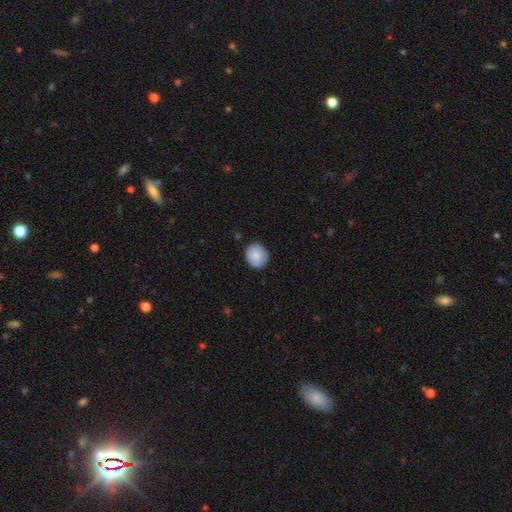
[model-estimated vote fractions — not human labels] The model was most divided on "how rounded": round: 77%, in between: 22%, cigar-shaped: 1%. More confident: merging — none (87%); smooth or featured — smooth (86%).